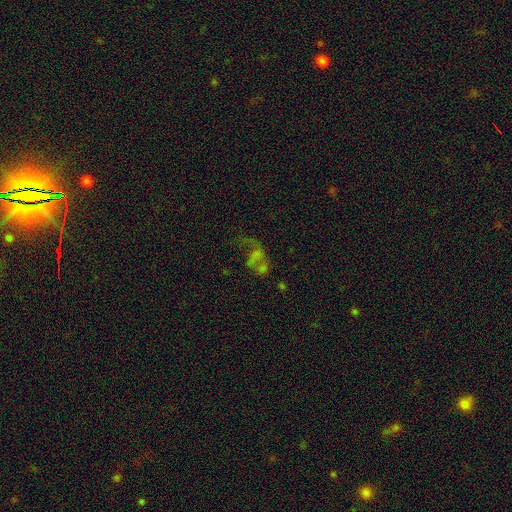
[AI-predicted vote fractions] smooth-or-featured: featured or disk: 45% | star or artifact: 29% | smooth: 26%
  merging: major disturbance: 38% | none: 29% | merger: 21% | minor disturbance: 12%